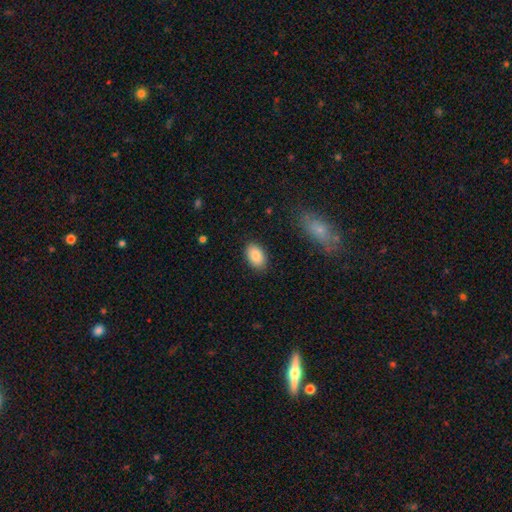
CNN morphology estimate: Smooth or featured: smooth — 87% (star or artifact — 7%)
How rounded: in between — 91% (round — 8%)
Merging: none — 87% (minor disturbance — 10%)